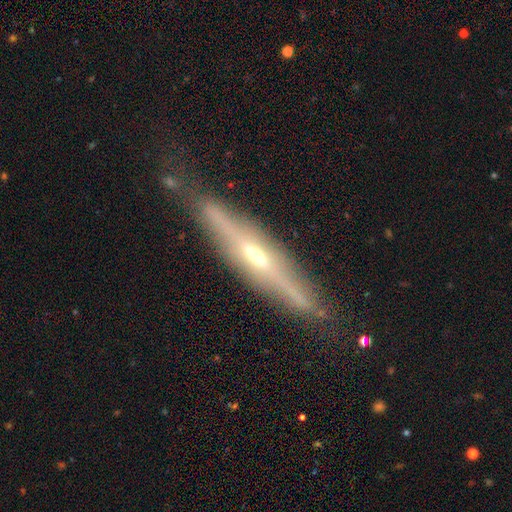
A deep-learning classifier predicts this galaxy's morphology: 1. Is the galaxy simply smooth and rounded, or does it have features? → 70% featured or disk, 22% smooth, 8% star or artifact.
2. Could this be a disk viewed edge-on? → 92% yes, 8% no.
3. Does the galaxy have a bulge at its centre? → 65% rounded, 19% none, 16% boxy.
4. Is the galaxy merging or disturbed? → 79% none, 14% minor disturbance, 5% major disturbance, 2% merger.